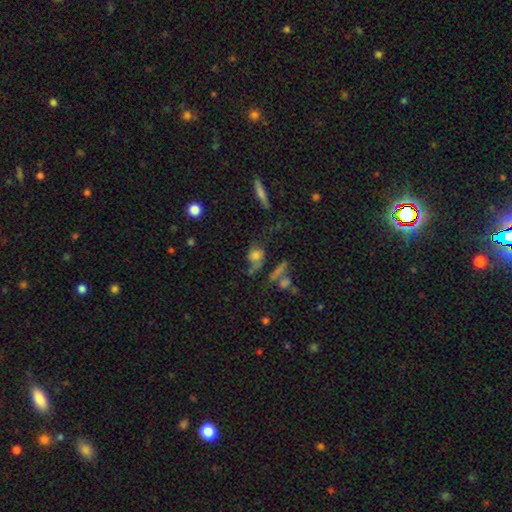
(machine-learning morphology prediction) A smooth galaxy with no disk features (51%) that is in between round and cigar-shaped (54%).

Vote fractions:
- Smooth or featured? smooth: 51% / featured or disk: 34% / star or artifact: 15%
- How rounded? in between: 54% / round: 40% / cigar-shaped: 6%
- Merging? none: 35% / major disturbance: 30% / minor disturbance: 21% / merger: 14%